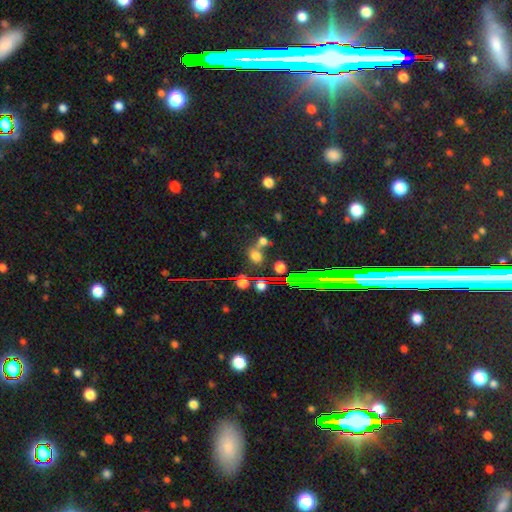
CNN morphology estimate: Smooth or featured? smooth (60%)
How rounded? round (52%)
Merging? none (47%)